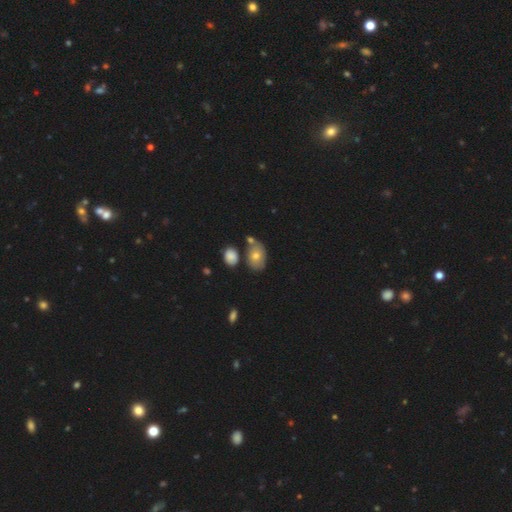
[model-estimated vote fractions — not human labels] Smooth or featured? smooth (70%)
How rounded? in between (78%)
Merging? none (59%)